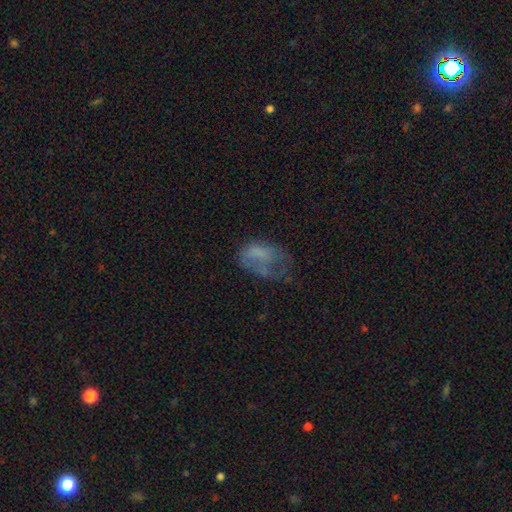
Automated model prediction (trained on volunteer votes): Overall: smooth (52%; featured or disk 35%). How rounded: in between (87%). Merging: major disturbance (41%; none 29%).